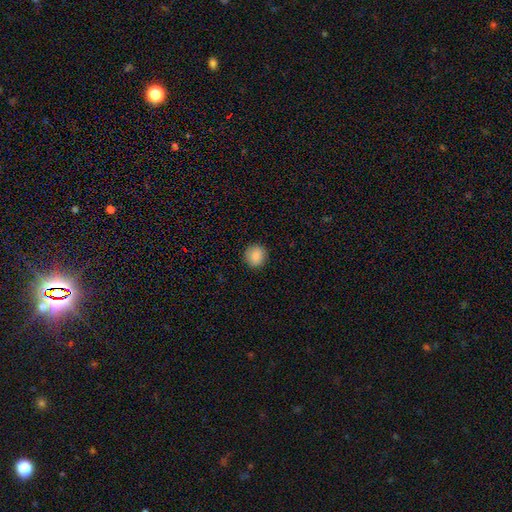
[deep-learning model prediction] smooth 87%, star or artifact 8%, featured or disk 4%. Down the decision tree: how rounded — round (89%); merging — none (91%).